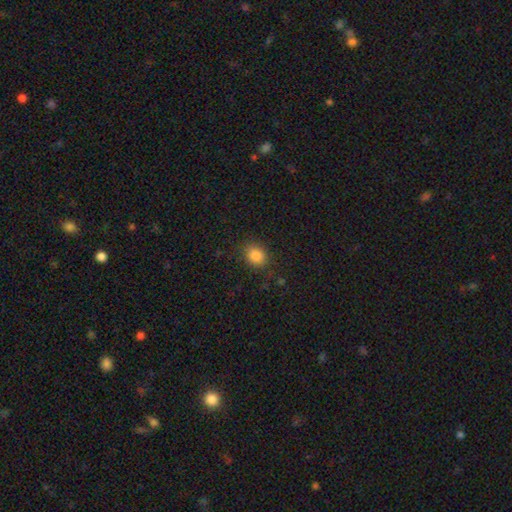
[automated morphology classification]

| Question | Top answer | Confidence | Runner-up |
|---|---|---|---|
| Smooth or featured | smooth | 85% | star or artifact (11%) |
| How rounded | round | 51% | in between (48%) |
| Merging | none | 84% | minor disturbance (11%) |